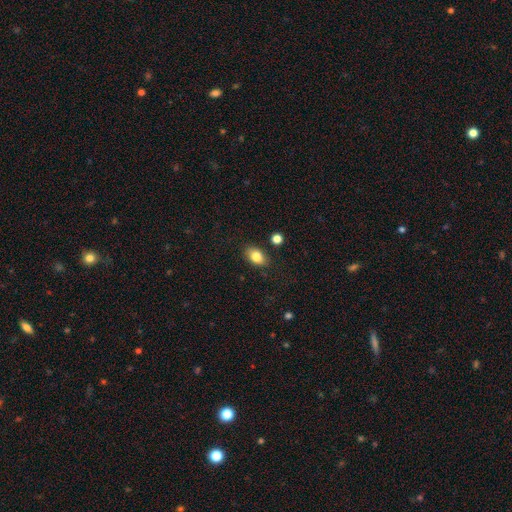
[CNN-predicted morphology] Smooth or featured? smooth (83%)
How rounded? in between (81%)
Merging? none (82%)